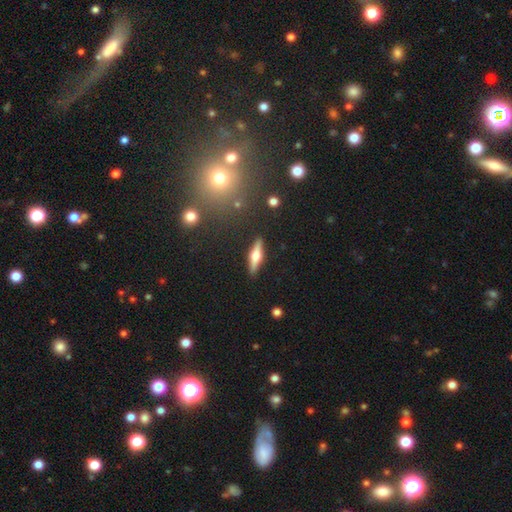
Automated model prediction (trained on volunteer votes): featured or disk 61%, smooth 33%, star or artifact 6%. Down the decision tree: edge-on disk — yes (96%); edge-on bulge — rounded (92%); merging — none (89%).